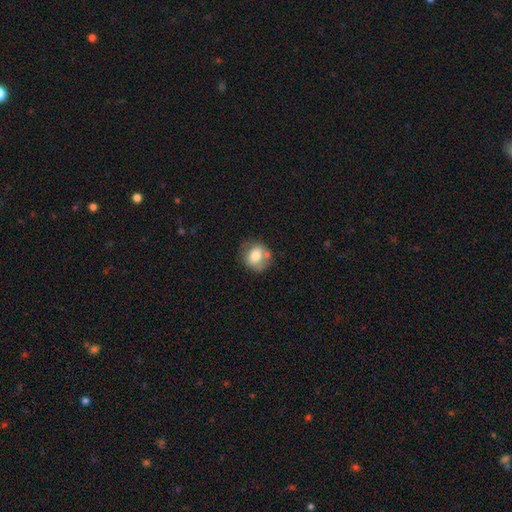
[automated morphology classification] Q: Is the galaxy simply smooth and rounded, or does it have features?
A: smooth — 71%.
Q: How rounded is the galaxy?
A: round — 71%.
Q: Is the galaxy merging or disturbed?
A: none — 58%.